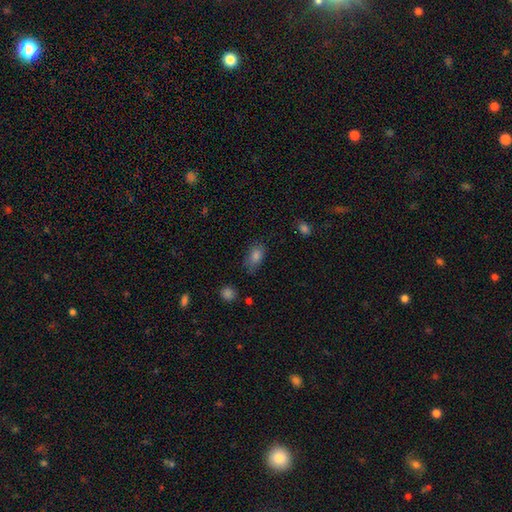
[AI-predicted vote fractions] Q: Smooth or featured?
A: smooth (81%); runner-up: star or artifact (11%)
Q: How rounded?
A: in between (85%); runner-up: round (12%)
Q: Merging?
A: none (69%); runner-up: minor disturbance (23%)